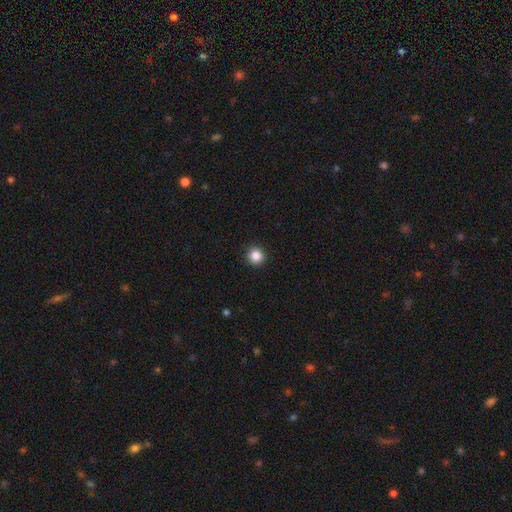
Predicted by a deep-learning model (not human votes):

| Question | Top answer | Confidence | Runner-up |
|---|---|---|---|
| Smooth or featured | smooth | 86% | star or artifact (11%) |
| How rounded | round | 95% | in between (4%) |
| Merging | none | 93% | minor disturbance (5%) |